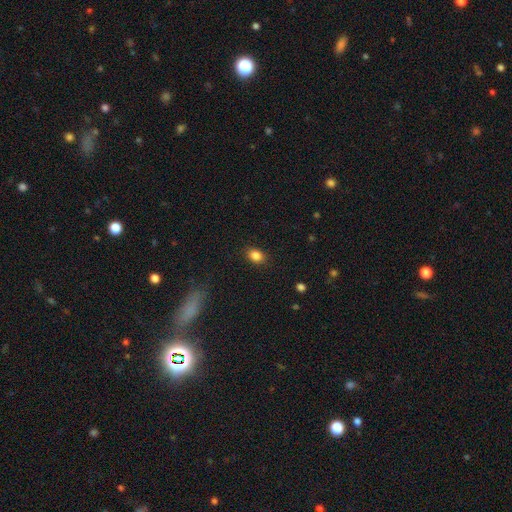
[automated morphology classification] smooth 85%, star or artifact 10%, featured or disk 5%. Down the decision tree: how rounded — in between (69%); merging — none (87%).